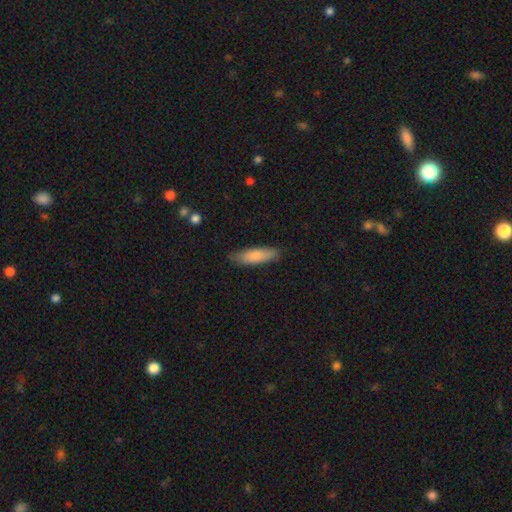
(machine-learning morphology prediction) This appears to be a smooth galaxy with no disk features (80%) that is cigar-shaped (55%). Merging: none (84%).